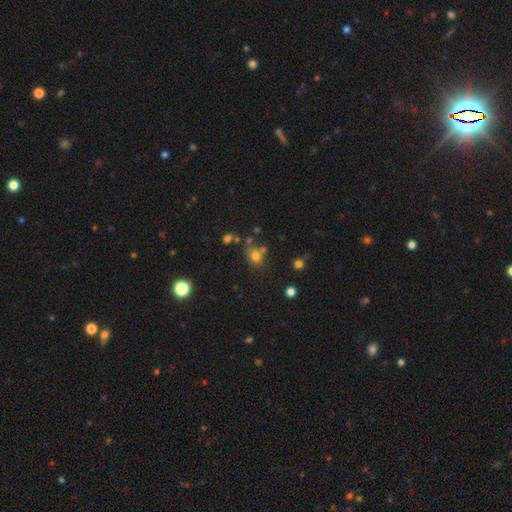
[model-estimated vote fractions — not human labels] This appears to be a smooth galaxy with no disk features (73%) that is round (58%). Merging: none (58%).